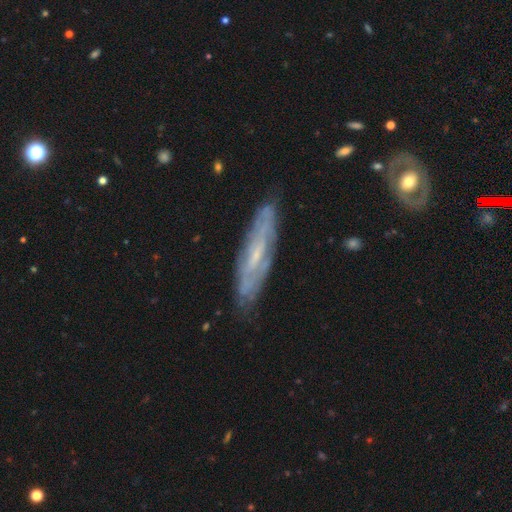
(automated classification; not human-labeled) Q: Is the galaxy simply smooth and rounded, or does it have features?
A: featured or disk — 71%.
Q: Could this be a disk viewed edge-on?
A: no — 60%.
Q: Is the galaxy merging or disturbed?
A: none — 75%.